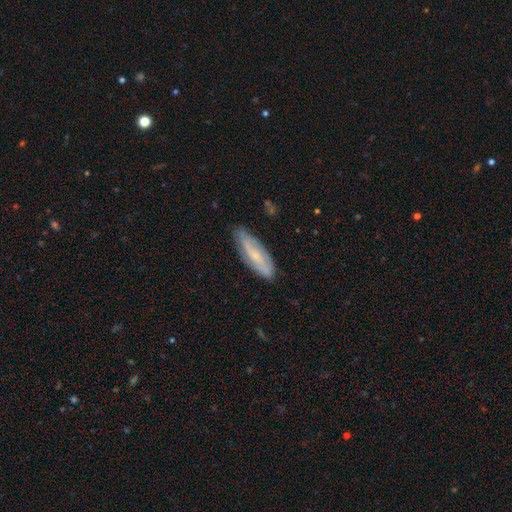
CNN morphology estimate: This appears to be a featured or disk galaxy (53%). Merging: none (76%).